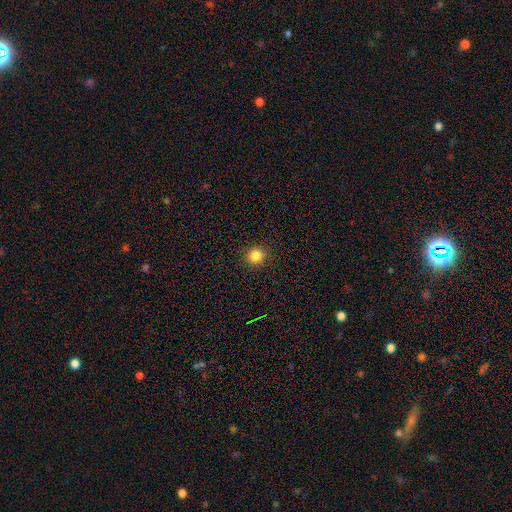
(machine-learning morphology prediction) smooth-or-featured: smooth: 83% | star or artifact: 12% | featured or disk: 5%
  how-rounded: round: 92% | in between: 7% | cigar-shaped: 1%
  merging: none: 92% | minor disturbance: 5% | major disturbance: 2% | merger: 1%